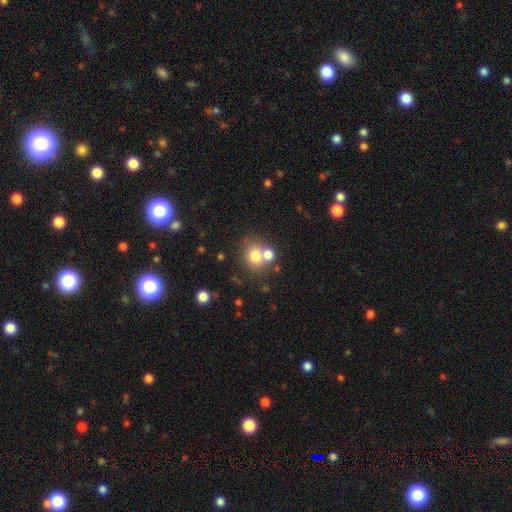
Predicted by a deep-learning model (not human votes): Smooth or featured? Predicted: smooth (p=0.74). How rounded? Predicted: round (p=0.75). Merging? Predicted: none (p=0.51).